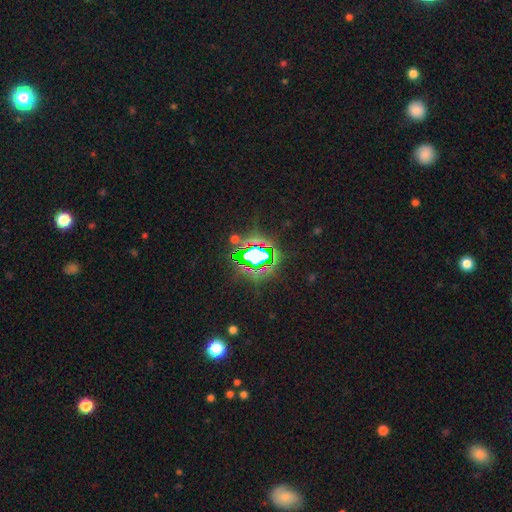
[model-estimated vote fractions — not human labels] Smooth or featured? Predicted: star or artifact (p=0.75).